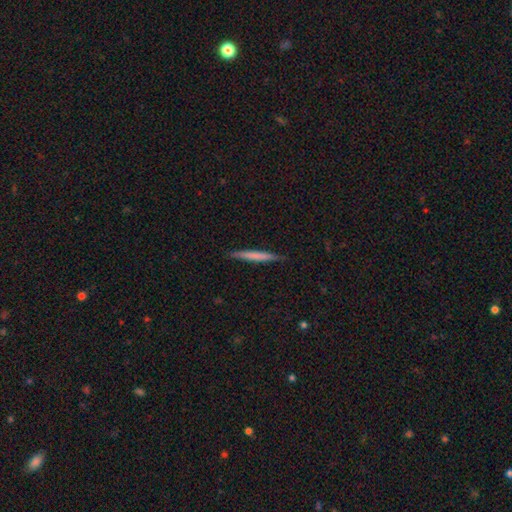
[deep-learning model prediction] A smooth galaxy with no disk features (65%) that is cigar-shaped (97%).

Vote fractions:
- Smooth or featured? smooth: 65% / featured or disk: 30% / star or artifact: 5%
- How rounded? cigar-shaped: 97% / in between: 2% / round: 1%
- Merging? none: 90% / minor disturbance: 7% / major disturbance: 1% / merger: 1%